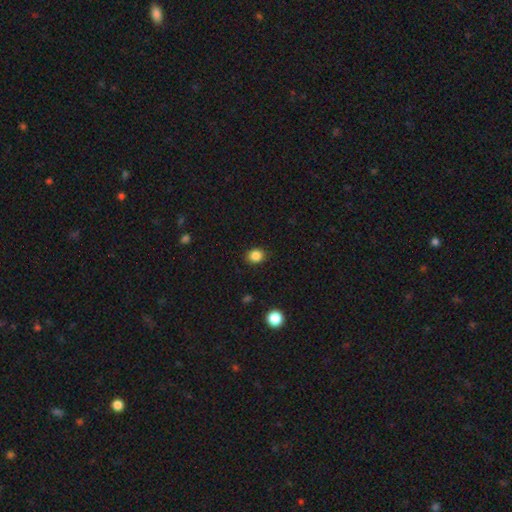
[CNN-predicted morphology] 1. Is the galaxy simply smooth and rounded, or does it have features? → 86% smooth, 10% star or artifact, 3% featured or disk.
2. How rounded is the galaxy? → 67% round, 32% in between, 1% cigar-shaped.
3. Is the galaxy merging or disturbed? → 89% none, 7% minor disturbance, 2% major disturbance, 1% merger.